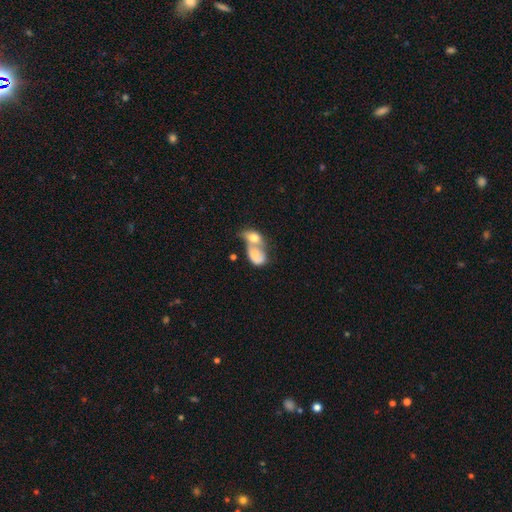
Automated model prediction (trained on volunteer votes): smooth_or_featured: smooth (p=0.63) [alt: featured or disk p=0.29]
how_rounded: in between (p=0.75) [alt: round p=0.23]
merging: merger (p=0.81) [alt: none p=0.08]